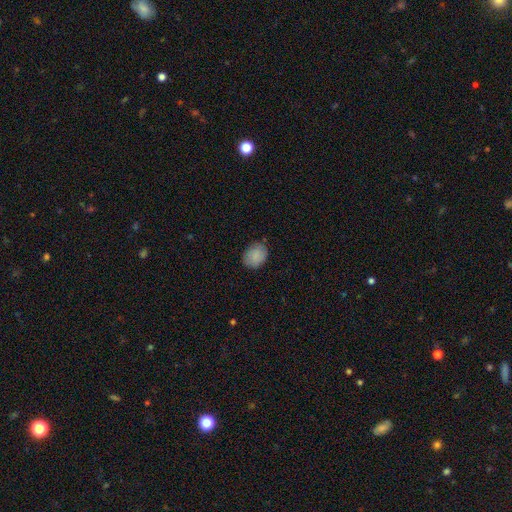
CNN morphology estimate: This is clearly a smooth galaxy (87%). How rounded: likely in between (60%). Merging: clearly none (81%).